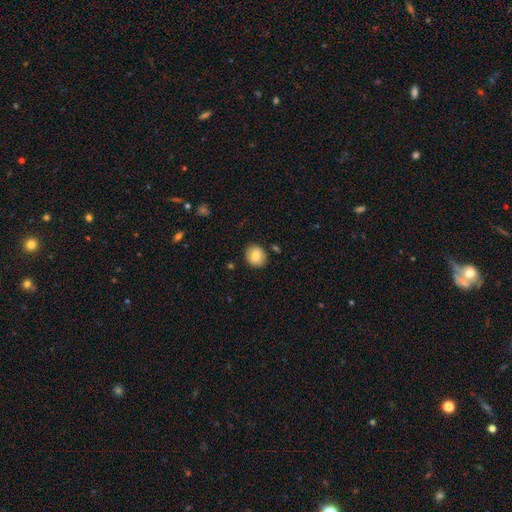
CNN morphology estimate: A smooth galaxy with no disk features (83%) that is round (74%). Merging: none (86%).